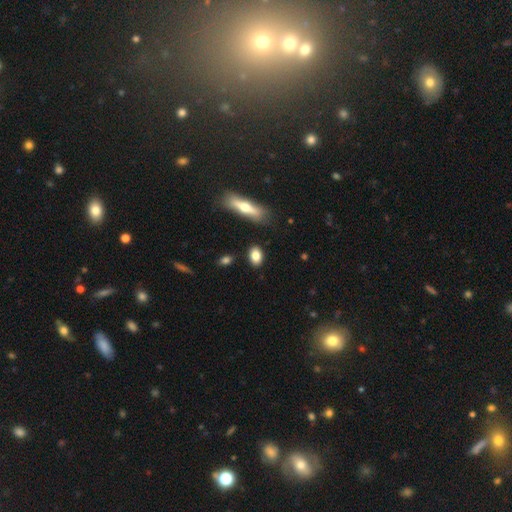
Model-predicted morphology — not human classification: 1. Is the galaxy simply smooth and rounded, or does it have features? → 82% smooth, 11% featured or disk, 7% star or artifact.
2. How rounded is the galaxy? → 78% in between, 16% round, 6% cigar-shaped.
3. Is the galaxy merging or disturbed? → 86% none, 9% minor disturbance, 2% major disturbance, 2% merger.